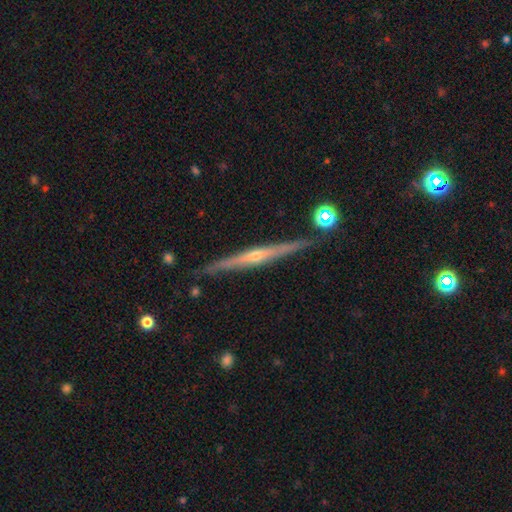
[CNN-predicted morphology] Smooth or featured? Predicted: featured or disk (p=0.78). Edge-on disk? Predicted: yes (p=0.98). Edge-on bulge? Predicted: rounded (p=0.75). Merging? Predicted: none (p=0.86).